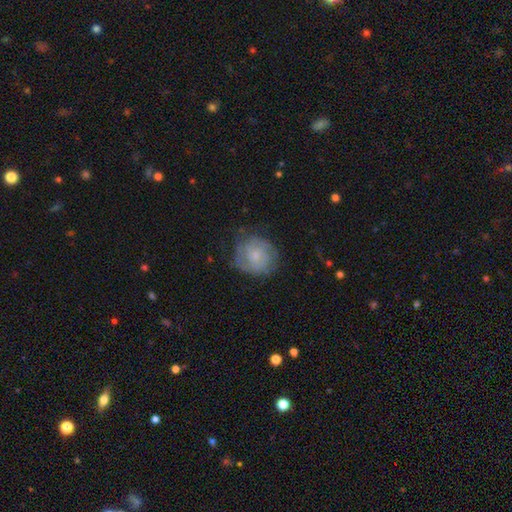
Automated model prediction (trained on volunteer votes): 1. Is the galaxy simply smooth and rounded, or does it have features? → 65% featured or disk, 28% smooth, 7% star or artifact.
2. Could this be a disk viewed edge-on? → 98% no, 2% yes.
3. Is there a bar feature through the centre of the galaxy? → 66% no, 30% weak, 4% strong.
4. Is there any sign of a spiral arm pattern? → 88% yes, 12% no.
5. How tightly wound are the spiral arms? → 62% tight, 30% medium, 8% loose.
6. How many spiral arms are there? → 38% 2, 35% can't tell, 14% 3, 5% 4, 4% 1, 4% more than 4.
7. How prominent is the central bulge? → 57% small, 24% moderate, 15% none, 2% large, 1% dominant.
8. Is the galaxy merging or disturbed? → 70% none, 20% minor disturbance, 9% major disturbance, 1% merger.